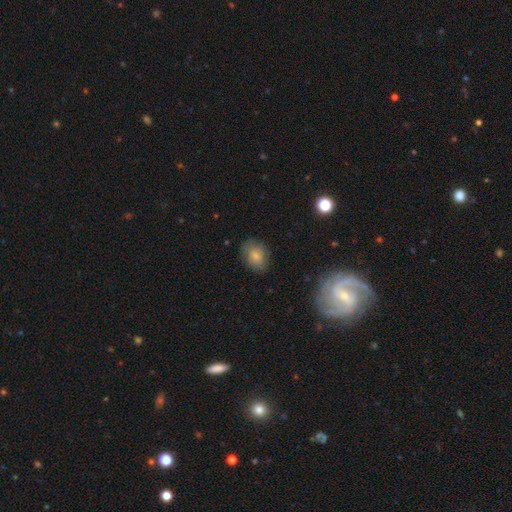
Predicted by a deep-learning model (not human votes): The model was most divided on "how rounded": in between: 61%, round: 38%, cigar-shaped: 1%. More confident: smooth or featured — smooth (78%); merging — none (75%).